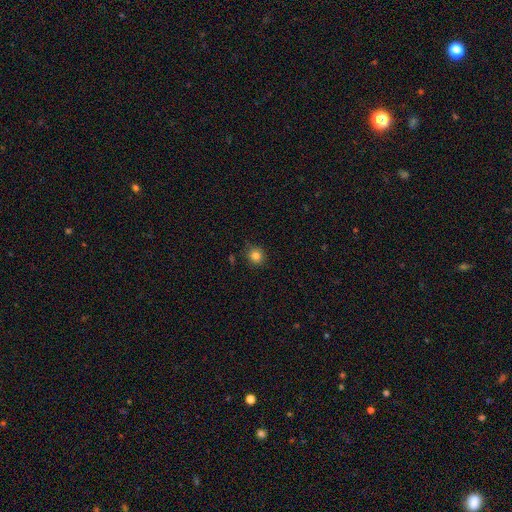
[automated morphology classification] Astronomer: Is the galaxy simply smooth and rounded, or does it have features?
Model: smooth — 83%.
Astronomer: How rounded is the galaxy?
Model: round — 89%.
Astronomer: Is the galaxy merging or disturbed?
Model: none — 87%.